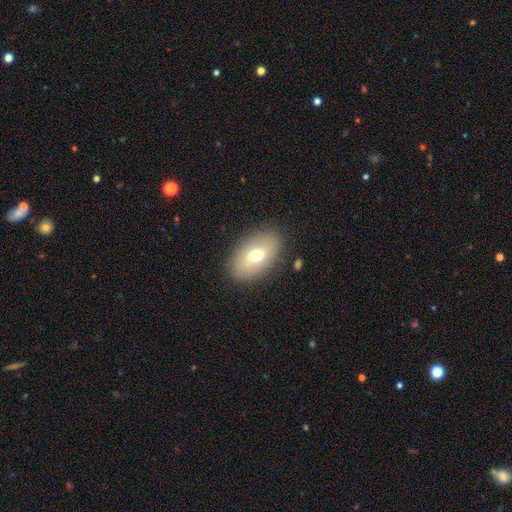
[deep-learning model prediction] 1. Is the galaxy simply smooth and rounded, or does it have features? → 66% smooth, 26% featured or disk, 8% star or artifact.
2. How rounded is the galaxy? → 91% in between, 7% round, 2% cigar-shaped.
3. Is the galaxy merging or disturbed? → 85% none, 11% minor disturbance, 4% major disturbance, 1% merger.